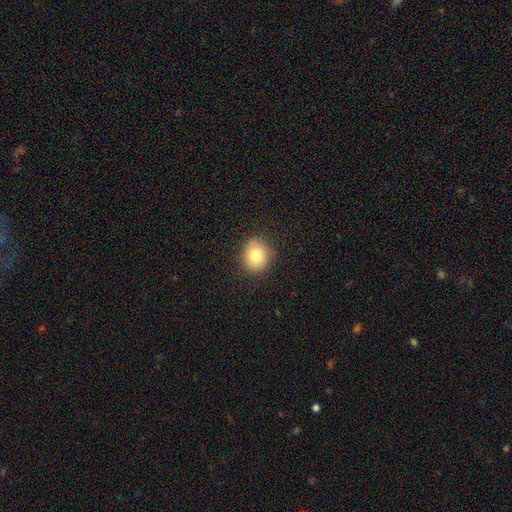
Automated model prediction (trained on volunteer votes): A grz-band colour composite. It shows a smooth galaxy with no disk features (80%) that is round (75%). Merging: none (85%).